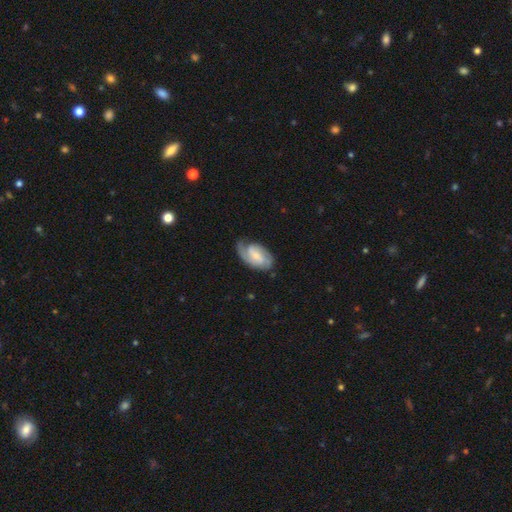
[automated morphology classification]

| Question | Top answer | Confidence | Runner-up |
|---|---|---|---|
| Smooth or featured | featured or disk | 73% | smooth (22%) |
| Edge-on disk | no | 97% | yes (3%) |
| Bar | weak | 47% | no (37%) |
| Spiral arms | yes | 93% | no (7%) |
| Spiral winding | tight | 41% | tied: medium (41%) |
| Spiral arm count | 2 | 56% | 1 (20%) |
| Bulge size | small | 53% | moderate (31%) |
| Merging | none | 60% | minor disturbance (26%) |